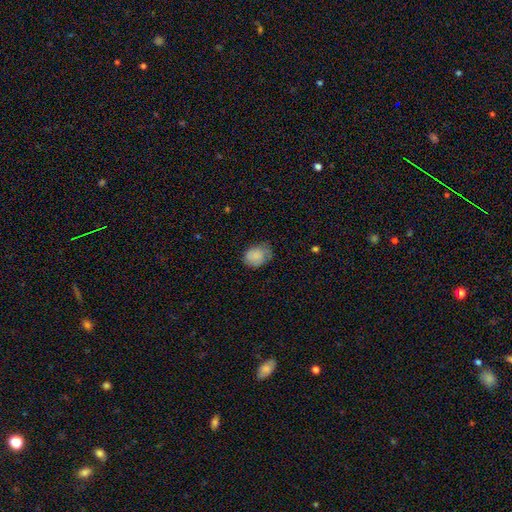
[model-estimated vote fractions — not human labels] A smooth galaxy with no disk features (79%) that is in between round and cigar-shaped (62%). Merging: none (51%).